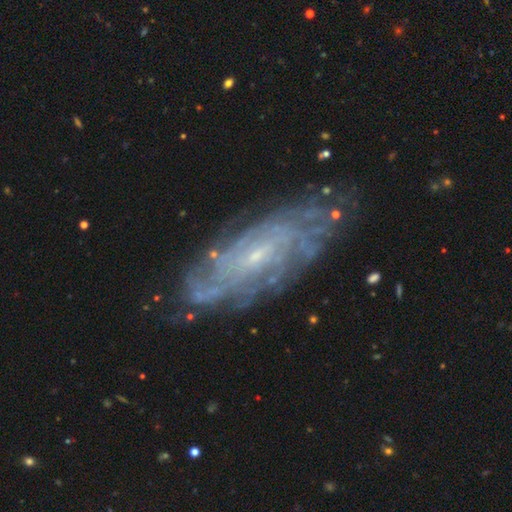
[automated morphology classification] Smooth or featured?
  - featured or disk: 85% *
  - smooth: 8%
  - star or artifact: 7%
Edge-on disk?
  - no: 91% *
  - yes: 9%
Bar?
  - no: 56% *
  - weak: 36%
  - strong: 9%
Spiral arms?
  - yes: 95% *
  - no: 5%
Spiral winding?
  - tight: 70% *
  - medium: 23%
  - loose: 6%
Spiral arm count?
  - can't tell: 46% *
  - 4: 15%
  - more than 4: 15%
  - 2: 9%
  - 3: 9%
  - 1: 6%
Bulge size?
  - small: 79% *
  - moderate: 15%
  - none: 4%
  - large: 1%
  - dominant: 1%
Merging?
  - none: 79% *
  - minor disturbance: 14%
  - major disturbance: 5%
  - merger: 2%